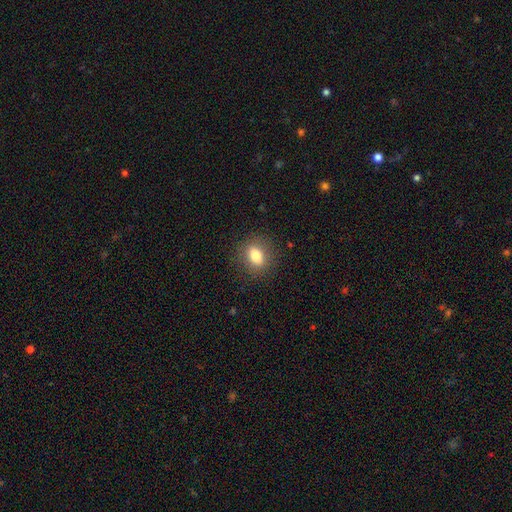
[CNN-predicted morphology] A smooth galaxy with no disk features (79%) that is in between round and cigar-shaped (59%).

Vote fractions:
- Smooth or featured? smooth: 79% / featured or disk: 11% / star or artifact: 10%
- How rounded? in between: 59% / round: 38% / cigar-shaped: 3%
- Merging? none: 87% / minor disturbance: 9% / major disturbance: 3% / merger: 1%